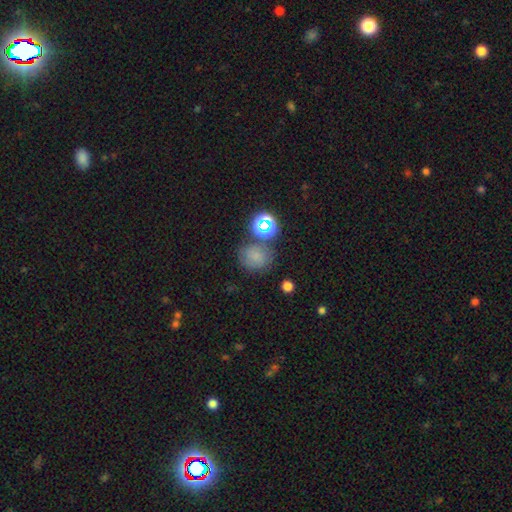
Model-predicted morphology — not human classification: smooth-or-featured: smooth: 65% | star or artifact: 22% | featured or disk: 13%
  how-rounded: round: 73% | in between: 26% | cigar-shaped: 1%
  merging: none: 63% | minor disturbance: 18% | merger: 12% | major disturbance: 7%